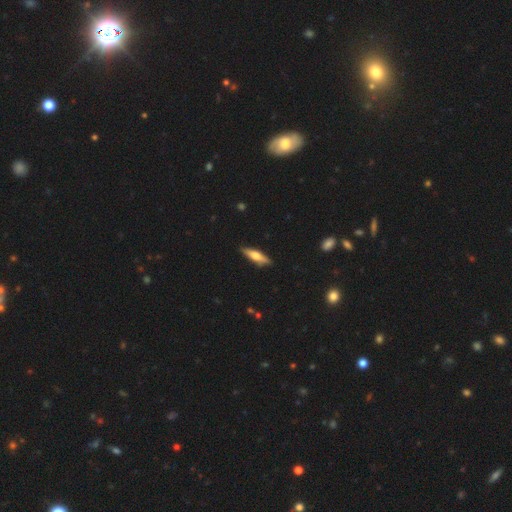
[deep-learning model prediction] This appears to be a smooth galaxy with no disk features (54%) that is cigar-shaped (69%). Merging: none (87%).